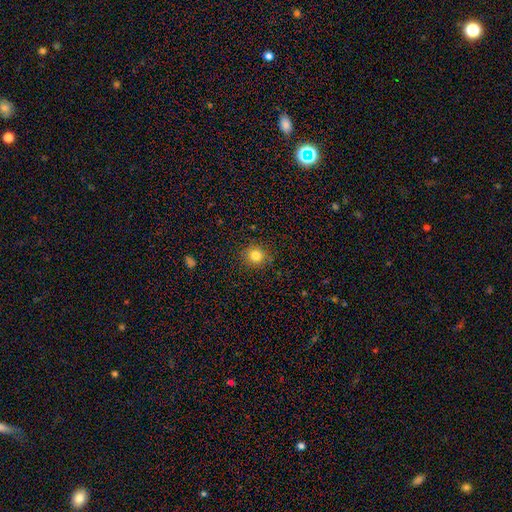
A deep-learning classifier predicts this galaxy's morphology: Overall: smooth (82%). How rounded: round (87%). Merging: none (87%).